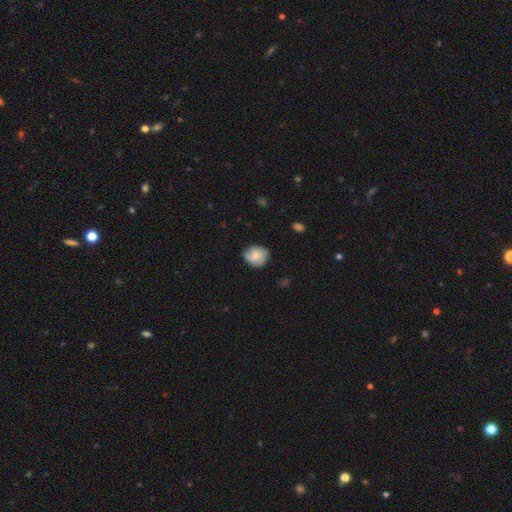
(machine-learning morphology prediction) Smooth or featured?
  - smooth: 51% *
  - featured or disk: 42%
  - star or artifact: 7%
How rounded?
  - round: 73% *
  - in between: 26%
  - cigar-shaped: 1%
Merging?
  - none: 72% *
  - minor disturbance: 22%
  - major disturbance: 5%
  - merger: 1%